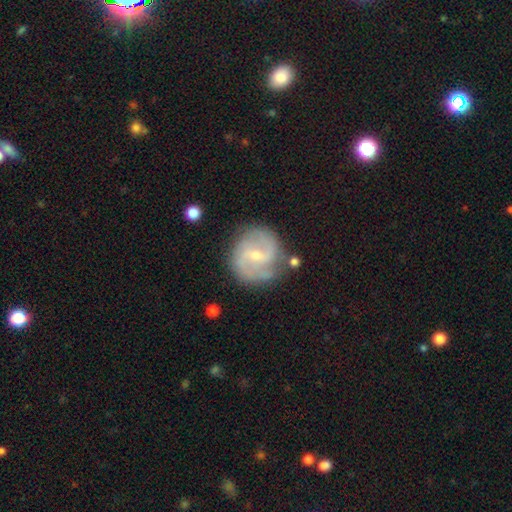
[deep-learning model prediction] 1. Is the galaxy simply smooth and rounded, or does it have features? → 80% featured or disk, 14% smooth, 6% star or artifact.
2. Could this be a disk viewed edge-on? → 98% no, 2% yes.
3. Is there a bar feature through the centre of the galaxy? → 56% weak, 27% no, 17% strong.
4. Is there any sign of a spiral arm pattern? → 94% yes, 6% no.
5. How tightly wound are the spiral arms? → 51% medium, 27% loose, 22% tight.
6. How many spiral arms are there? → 79% 2, 8% can't tell, 7% 3, 2% 1, 2% 4, 2% more than 4.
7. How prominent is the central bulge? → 65% small, 31% moderate, 2% none, 1% large, 1% dominant.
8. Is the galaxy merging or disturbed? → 75% none, 16% minor disturbance, 6% major disturbance, 4% merger.